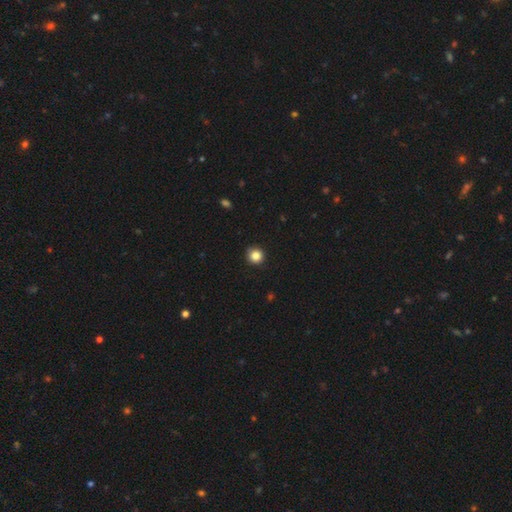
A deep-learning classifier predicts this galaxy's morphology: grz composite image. It shows a smooth galaxy with no disk features (85%) that is round (95%). Merging: none (91%).